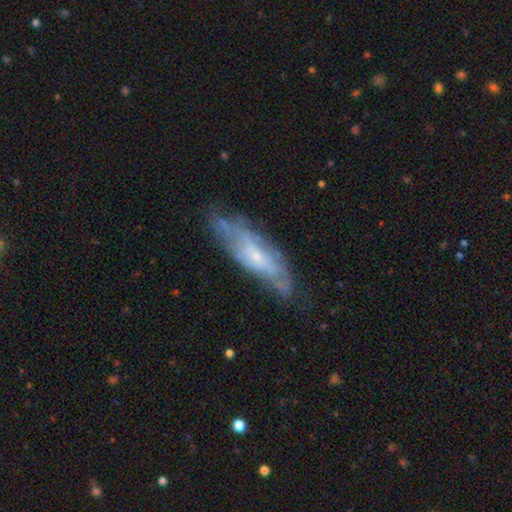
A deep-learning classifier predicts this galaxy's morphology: smooth_or_featured: featured or disk (p=0.67) [alt: smooth p=0.26]
disk_edge_on: no (p=0.74) [alt: yes p=0.26]
merging: none (p=0.63) [alt: minor disturbance p=0.25]